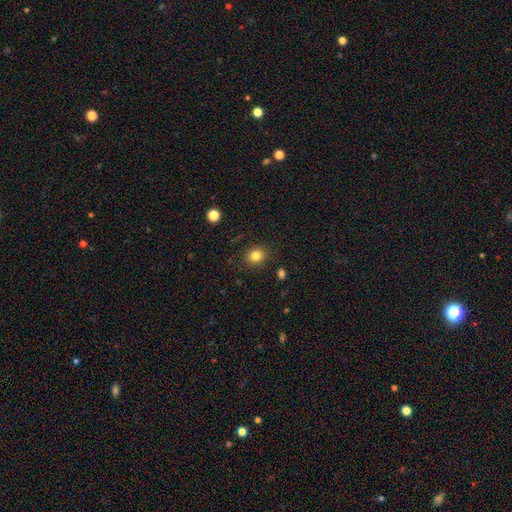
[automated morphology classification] This appears to be a smooth galaxy with no disk features (82%) that is round (71%). Merging: none (88%).